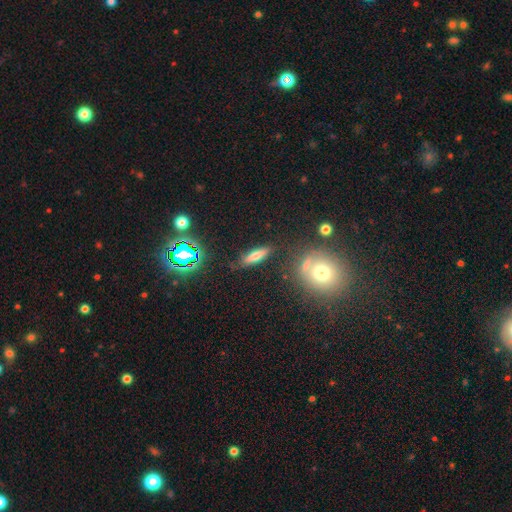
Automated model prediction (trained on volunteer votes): Q: Smooth or featured?
A: smooth (65%); runner-up: featured or disk (21%)
Q: How rounded?
A: cigar-shaped (68%); runner-up: in between (29%)
Q: Merging?
A: none (81%); runner-up: minor disturbance (12%)